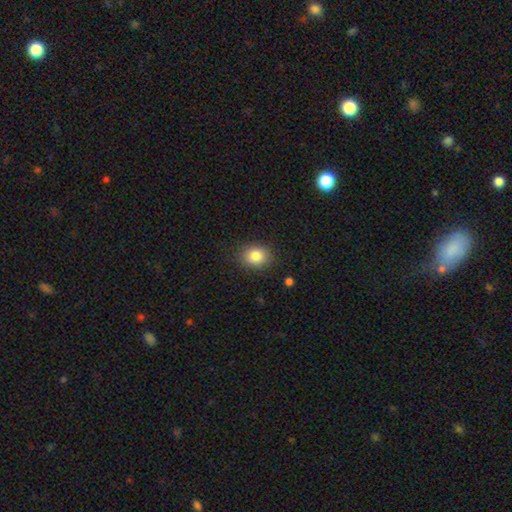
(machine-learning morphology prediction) Overall: smooth (84%). How rounded: round (55%; in between 44%). Merging: none (87%).